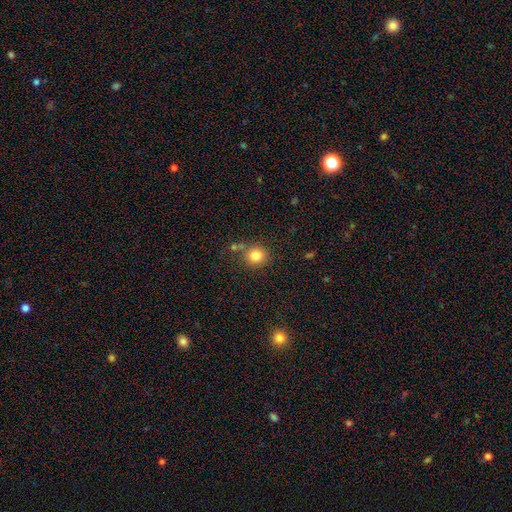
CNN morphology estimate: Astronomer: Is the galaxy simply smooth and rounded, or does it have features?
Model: smooth — 82%.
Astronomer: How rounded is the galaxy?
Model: round — 88%.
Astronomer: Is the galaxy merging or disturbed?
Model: none — 75%.